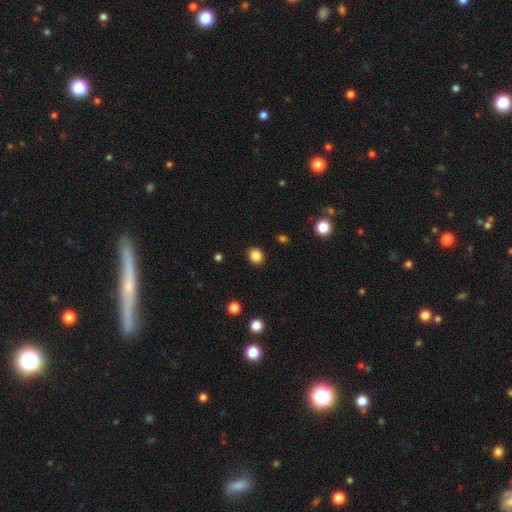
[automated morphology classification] This appears to be a smooth galaxy with no disk features (86%) that is round (63%). Merging: none (90%).